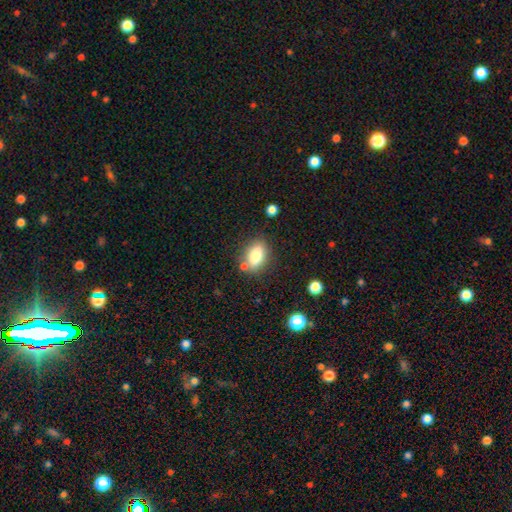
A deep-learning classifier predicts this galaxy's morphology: A smooth galaxy with no disk features (80%) that is in between round and cigar-shaped (83%).

Vote fractions:
- Smooth or featured? smooth: 80% / featured or disk: 12% / star or artifact: 8%
- How rounded? in between: 83% / round: 10% / cigar-shaped: 7%
- Merging? none: 74% / minor disturbance: 13% / merger: 9% / major disturbance: 4%